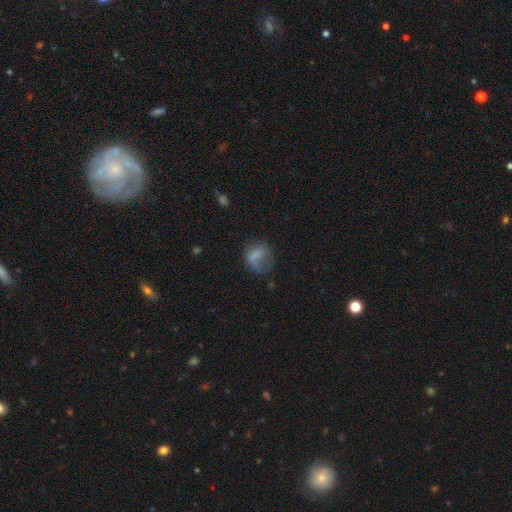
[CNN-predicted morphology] Smooth or featured? smooth (66%)
How rounded? round (58%)
Merging? none (41%)